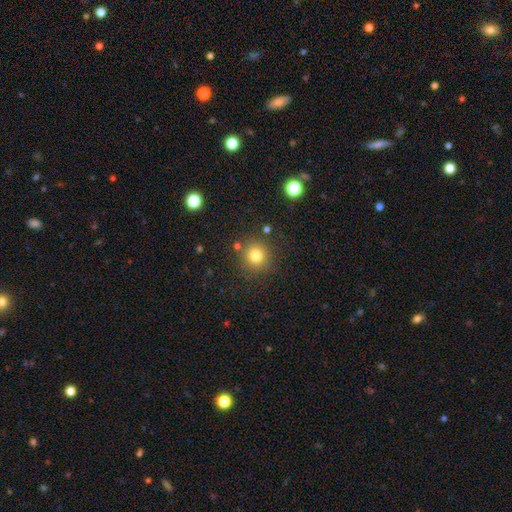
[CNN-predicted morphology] Q: Smooth or featured?
A: smooth (79%); runner-up: star or artifact (14%)
Q: How rounded?
A: round (92%); runner-up: in between (7%)
Q: Merging?
A: none (84%); runner-up: minor disturbance (8%)